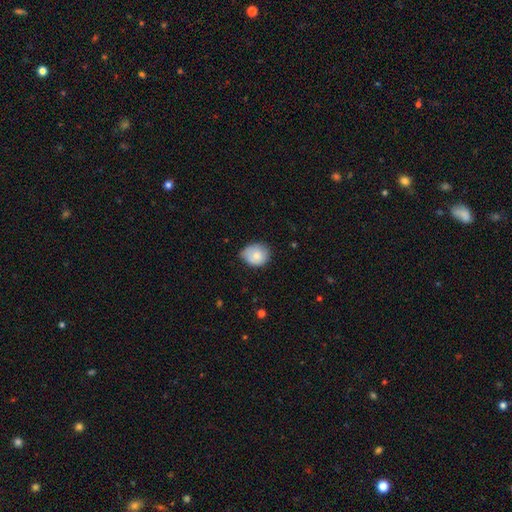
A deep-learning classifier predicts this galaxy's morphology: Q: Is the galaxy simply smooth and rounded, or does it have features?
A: smooth — 78%.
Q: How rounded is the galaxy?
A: round — 64%.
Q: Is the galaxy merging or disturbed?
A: none — 63%.